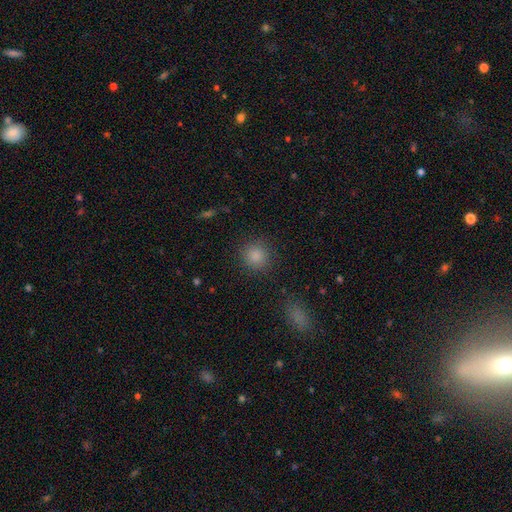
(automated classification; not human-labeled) Overall: smooth (85%). How rounded: round (93%). Merging: none (88%).